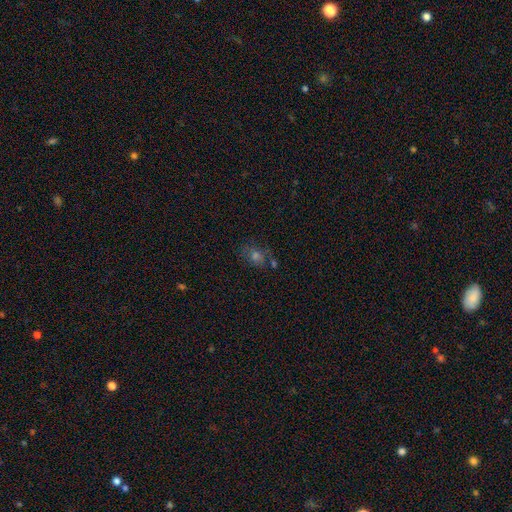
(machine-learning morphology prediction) A smooth galaxy with no disk features (49%).

Vote fractions:
- Smooth or featured? smooth: 49% / star or artifact: 28% / featured or disk: 23%
- Merging? none: 65% / minor disturbance: 18% / merger: 10% / major disturbance: 7%